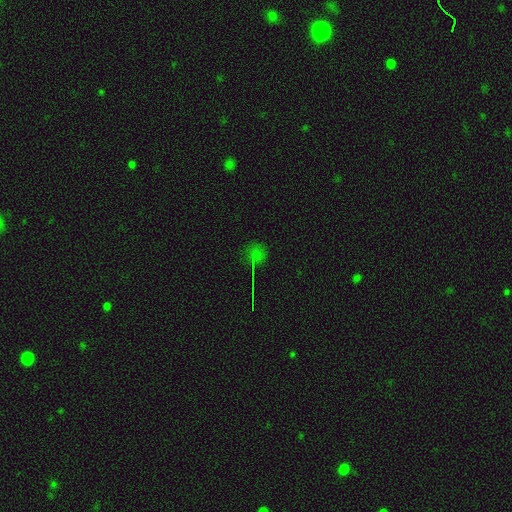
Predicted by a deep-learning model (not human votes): star or artifact 53%, smooth 37%, featured or disk 9%.